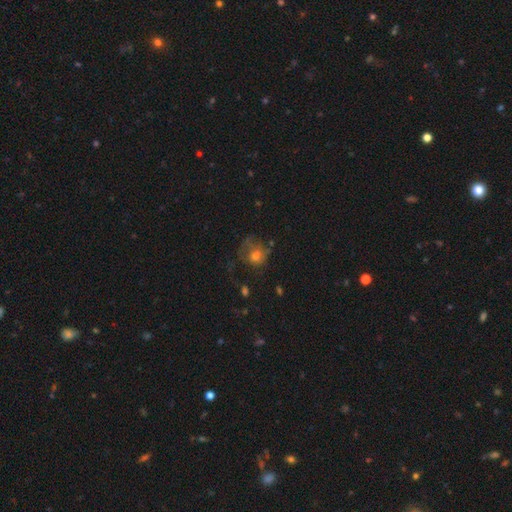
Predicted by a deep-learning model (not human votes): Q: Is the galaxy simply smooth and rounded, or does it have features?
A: smooth — 55%.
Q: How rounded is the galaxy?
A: round — 69%.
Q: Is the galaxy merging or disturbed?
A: none — 40%.